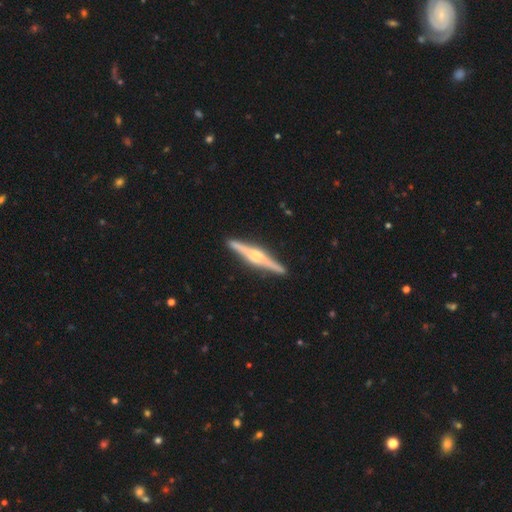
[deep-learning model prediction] featured or disk 84%, smooth 11%, star or artifact 5%. Down the decision tree: edge-on disk — yes (98%); edge-on bulge — rounded (82%); merging — none (92%).